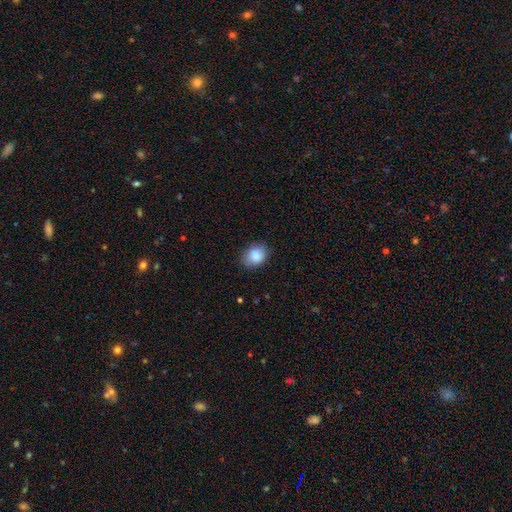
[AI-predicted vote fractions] Morphology: type=smooth (86%); roundness=in between (57%); merging=none (78%).